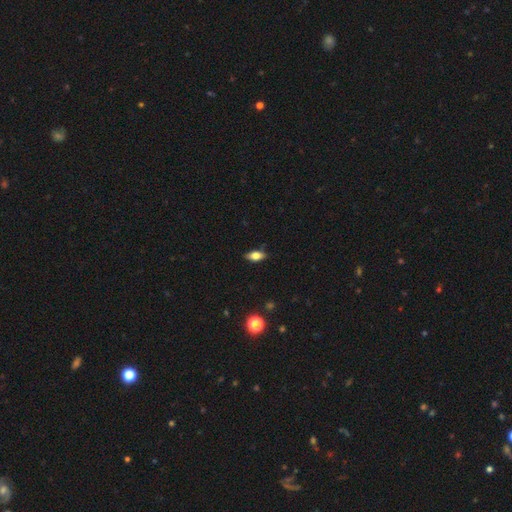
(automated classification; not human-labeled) Smooth or featured? Predicted: smooth (p=0.72). How rounded? Predicted: in between (p=0.85). Merging? Predicted: none (p=0.86).